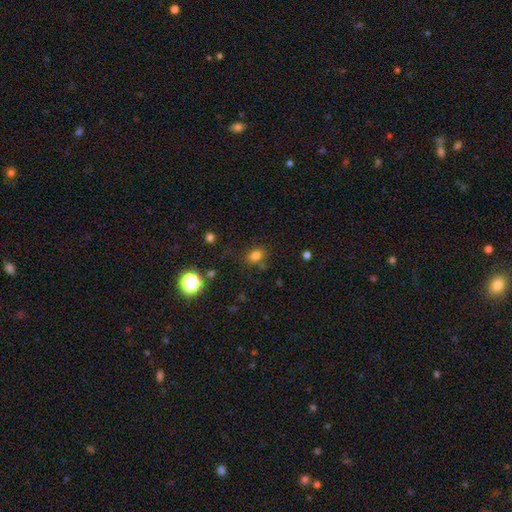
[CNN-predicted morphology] type=smooth (77%); roundness=in between (53%); merging=none (75%).